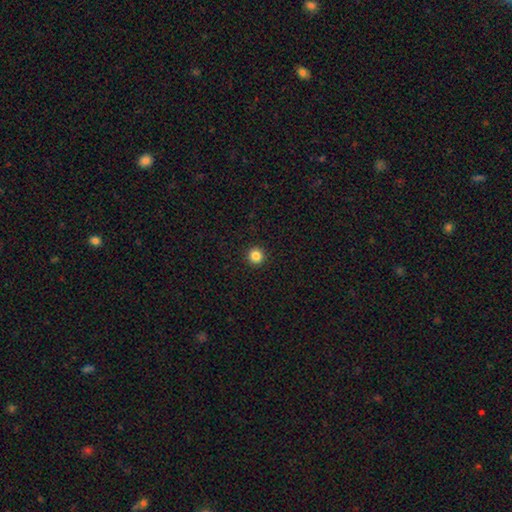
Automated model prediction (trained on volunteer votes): Q: Smooth or featured?
A: smooth (85%); runner-up: star or artifact (11%)
Q: How rounded?
A: round (96%); runner-up: in between (3%)
Q: Merging?
A: none (94%); runner-up: minor disturbance (4%)